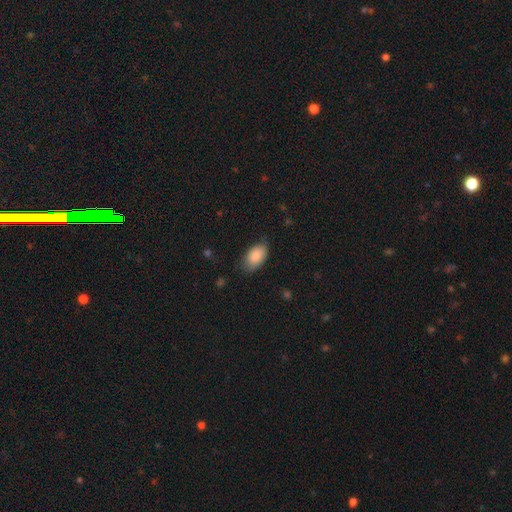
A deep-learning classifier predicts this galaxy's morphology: smooth-or-featured: smooth: 86% | featured or disk: 8% | star or artifact: 6%
  how-rounded: in between: 93% | round: 5% | cigar-shaped: 2%
  merging: none: 71% | minor disturbance: 24% | major disturbance: 4% | merger: 1%